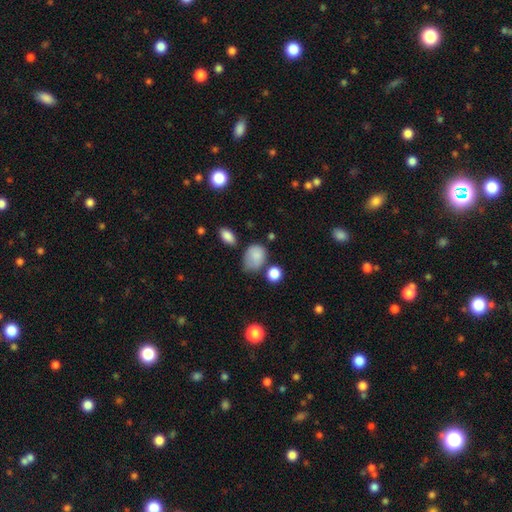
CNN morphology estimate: This appears to be a smooth galaxy with no disk features (83%) that is in between round and cigar-shaped (68%). Merging: none (43%).